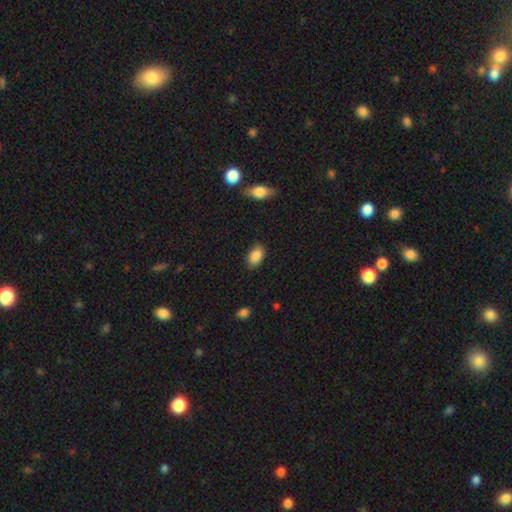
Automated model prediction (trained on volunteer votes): A smooth galaxy with no disk features (88%) that is in between round and cigar-shaped (91%).

Vote fractions:
- Smooth or featured? smooth: 88% / star or artifact: 8% / featured or disk: 5%
- How rounded? in between: 91% / round: 8% / cigar-shaped: 2%
- Merging? none: 85% / minor disturbance: 12% / major disturbance: 2% / merger: 1%